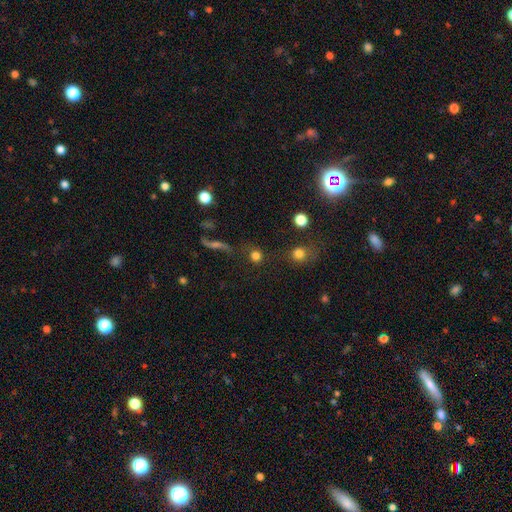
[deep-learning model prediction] Overall: smooth (78%). How rounded: round (92%). Merging: none (75%).